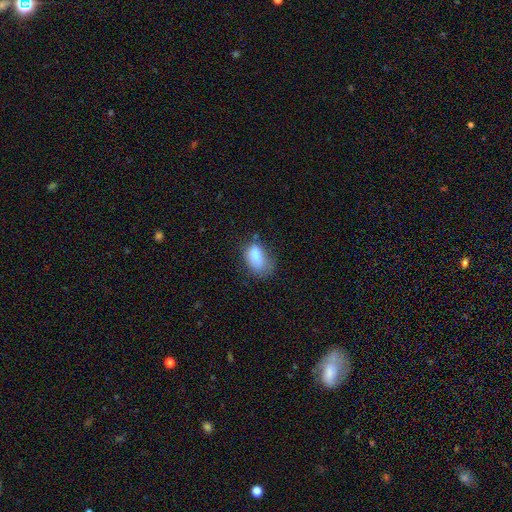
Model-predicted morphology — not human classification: Smooth or featured: smooth — 79% (featured or disk — 12%)
How rounded: in between — 89% (round — 8%)
Merging: none — 42% (minor disturbance — 33%)